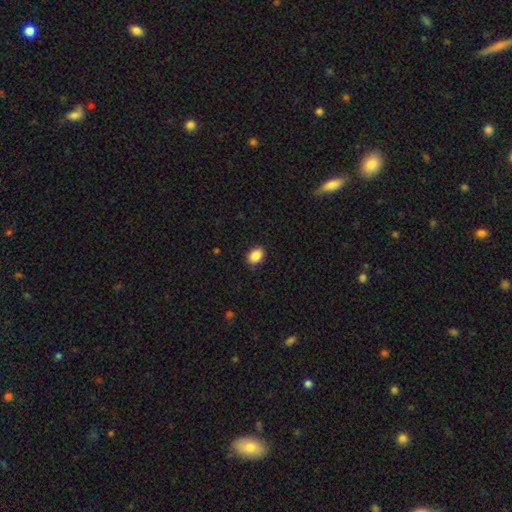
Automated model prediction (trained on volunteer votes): Overall: smooth (88%). How rounded: in between (70%). Merging: none (89%).